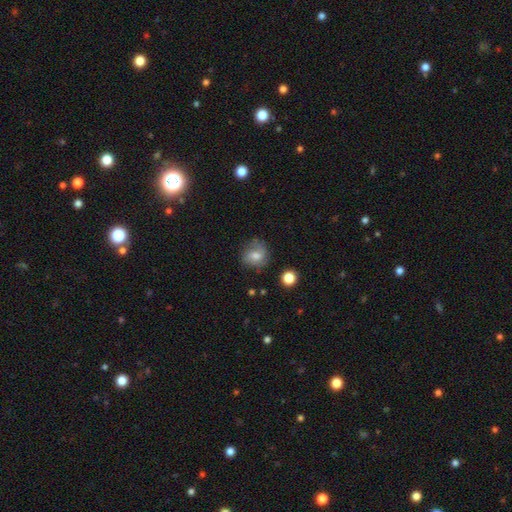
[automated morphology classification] Overall: smooth (60%; featured or disk 29%). How rounded: round (74%). Merging: none (63%; minor disturbance 25%).